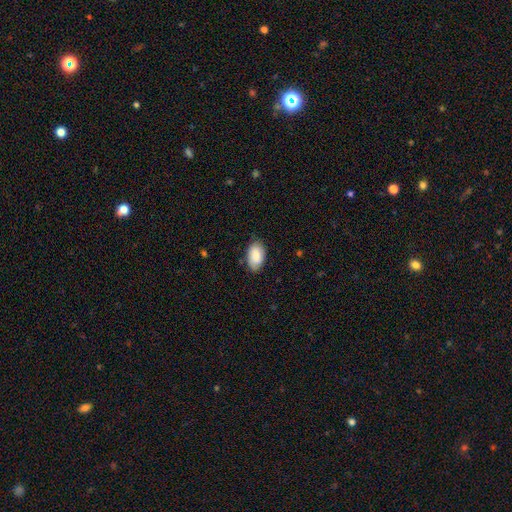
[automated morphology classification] A smooth galaxy with no disk features (86%) that is in between round and cigar-shaped (94%).

Vote fractions:
- Smooth or featured? smooth: 86% / featured or disk: 8% / star or artifact: 6%
- How rounded? in between: 94% / round: 4% / cigar-shaped: 1%
- Merging? none: 80% / minor disturbance: 16% / major disturbance: 3% / merger: 1%